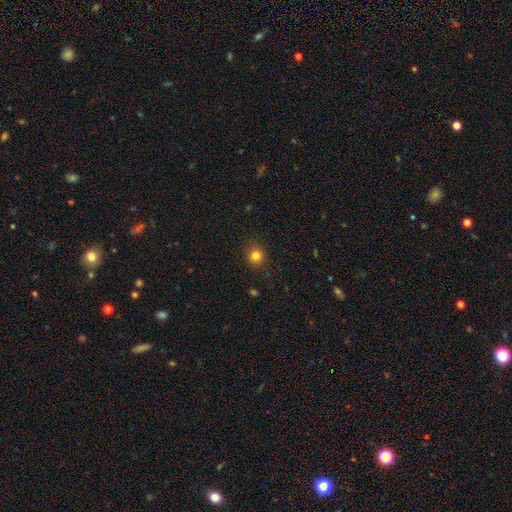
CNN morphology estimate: Q: Smooth or featured?
A: smooth (81%); runner-up: star or artifact (13%)
Q: How rounded?
A: round (89%); runner-up: in between (10%)
Q: Merging?
A: none (89%); runner-up: minor disturbance (8%)